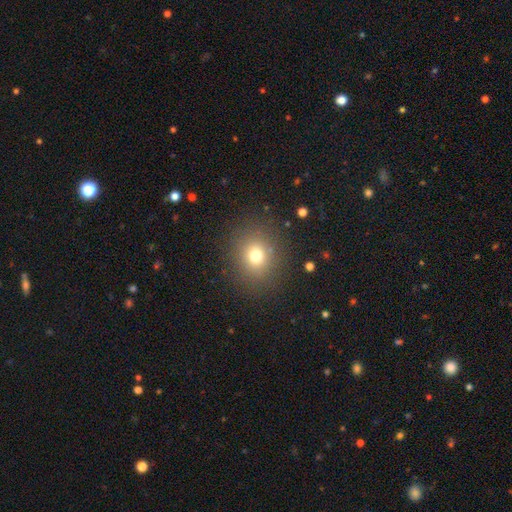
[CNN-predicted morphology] smooth 72%, star or artifact 18%, featured or disk 10%. Down the decision tree: how rounded — round (77%); merging — none (86%).